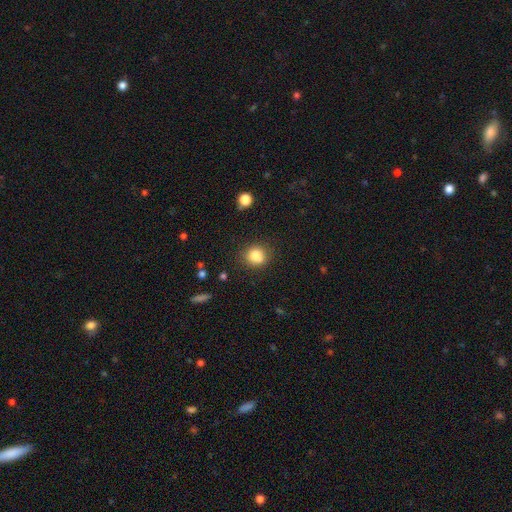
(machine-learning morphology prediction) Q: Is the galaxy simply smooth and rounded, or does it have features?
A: smooth — 82%.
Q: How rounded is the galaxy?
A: round — 78%.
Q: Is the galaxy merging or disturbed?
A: none — 75%.